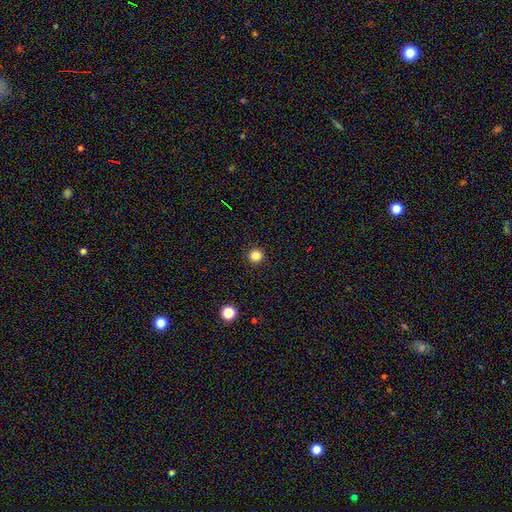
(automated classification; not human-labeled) Q: Smooth or featured?
A: smooth (83%); runner-up: star or artifact (13%)
Q: How rounded?
A: round (96%); runner-up: in between (3%)
Q: Merging?
A: none (94%); runner-up: minor disturbance (4%)